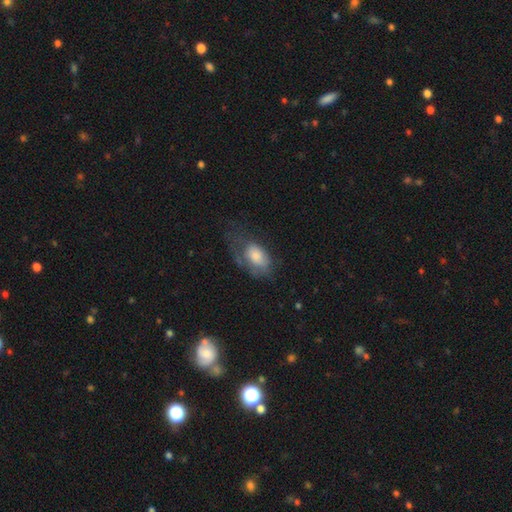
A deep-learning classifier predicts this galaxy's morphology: A smooth galaxy with no disk features (61%) that is in between round and cigar-shaped (89%). Merging: none (38%).